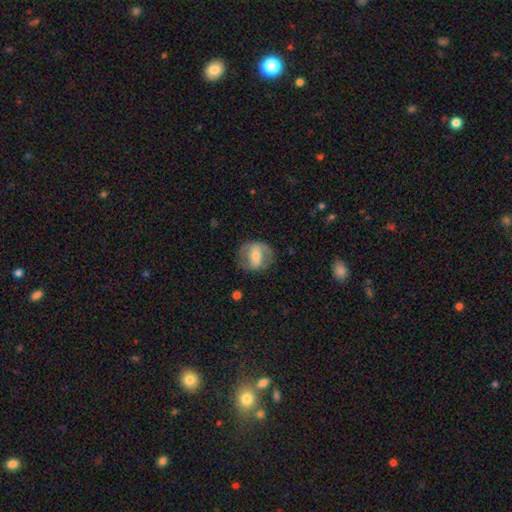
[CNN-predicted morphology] smooth-or-featured: featured or disk: 54% | smooth: 39% | star or artifact: 7%
  disk-edge-on: no: 94% | yes: 6%
    bar: strong: 44% | weak: 37% | no: 19%
    has-spiral-arms: yes: 63% | no: 37%
    bulge-size: moderate: 54% | small: 34% | large: 7% | none: 3% | dominant: 1%
  merging: none: 74% | minor disturbance: 16% | major disturbance: 8% | merger: 1%